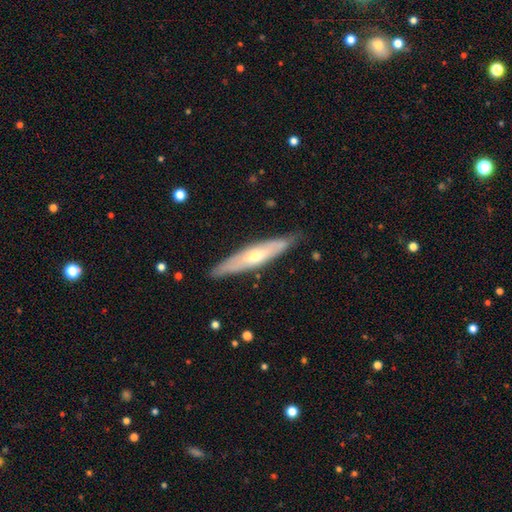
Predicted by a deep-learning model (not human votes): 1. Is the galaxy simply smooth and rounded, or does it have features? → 55% featured or disk, 40% smooth, 5% star or artifact.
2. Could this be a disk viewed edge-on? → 73% yes, 27% no.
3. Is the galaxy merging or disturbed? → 83% none, 13% minor disturbance, 2% major disturbance, 1% merger.